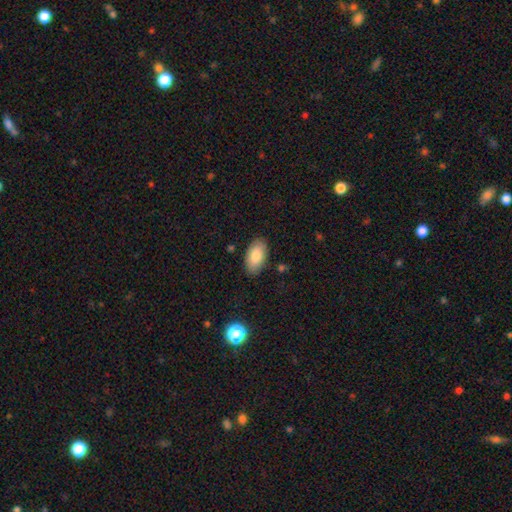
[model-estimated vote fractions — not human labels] smooth_or_featured: smooth (p=0.83) [alt: featured or disk p=0.11]
how_rounded: in between (p=0.95) [alt: round p=0.03]
merging: none (p=0.86) [alt: minor disturbance p=0.11]